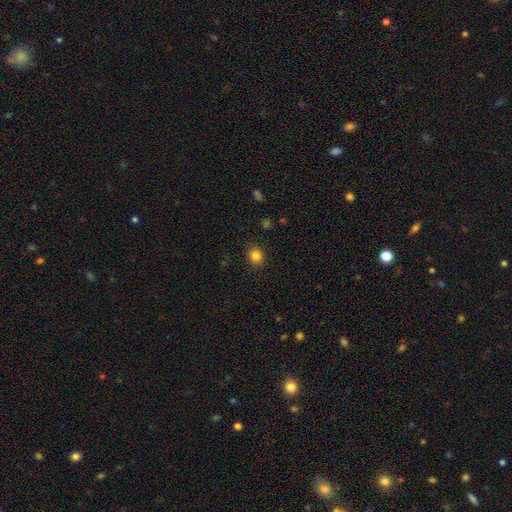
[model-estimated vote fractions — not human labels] The model was most divided on "how rounded": round: 81%, in between: 18%, cigar-shaped: 1%. More confident: merging — none (90%); smooth or featured — smooth (83%).